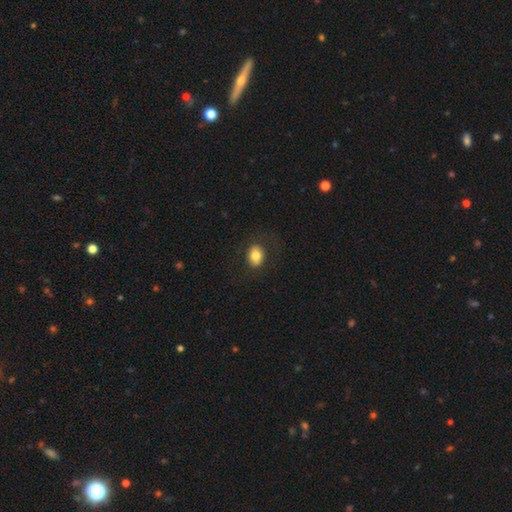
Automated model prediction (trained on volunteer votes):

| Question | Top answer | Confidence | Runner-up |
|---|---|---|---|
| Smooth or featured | smooth | 78% | featured or disk (13%) |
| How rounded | in between | 55% | round (44%) |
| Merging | none | 83% | minor disturbance (11%) |